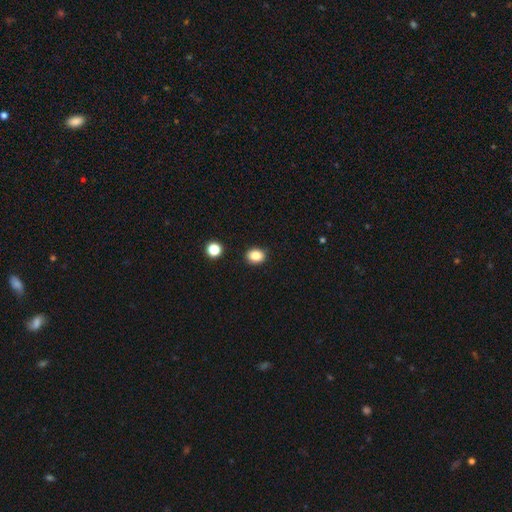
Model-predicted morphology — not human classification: Smooth or featured: smooth — 85% (star or artifact — 10%)
How rounded: in between — 51% (round — 48%)
Merging: none — 88% (minor disturbance — 8%)